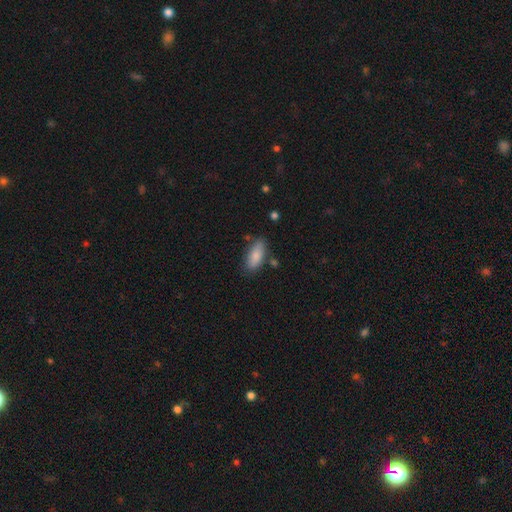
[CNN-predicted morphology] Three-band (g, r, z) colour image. It shows a smooth galaxy with no disk features (83%) that is in between round and cigar-shaped (80%). Merging: none (77%).